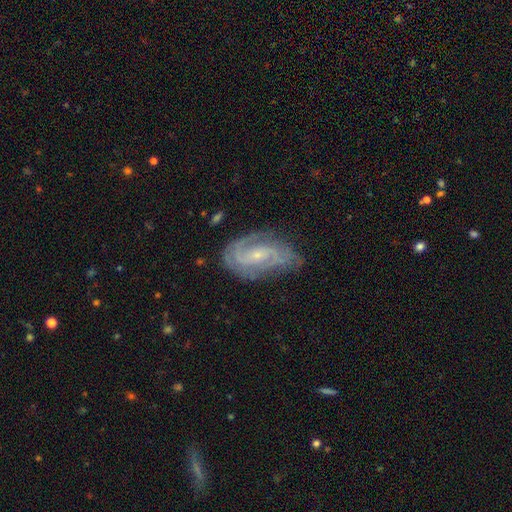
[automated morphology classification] smooth-or-featured: featured or disk: 83% | smooth: 10% | star or artifact: 6%
  disk-edge-on: no: 96% | yes: 4%
    bar: no: 43% (tied) | weak: 43% (tied) | strong: 13%
    has-spiral-arms: yes: 95% | no: 5%
      spiral-winding: tight: 48% | medium: 40% | loose: 12%
      spiral-arm-count: 2: 51% | can't tell: 22% | 3: 14% | 1: 5% | 4: 4% | more than 4: 4%
    bulge-size: small: 73% | moderate: 22% | none: 3% | large: 1% | dominant: 1%
  merging: none: 67% | minor disturbance: 22% | major disturbance: 9% | merger: 2%